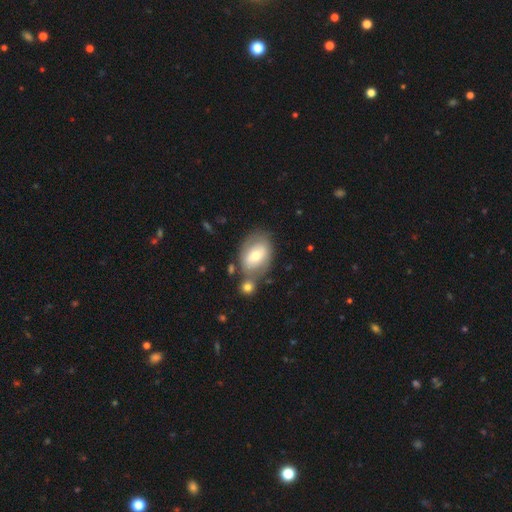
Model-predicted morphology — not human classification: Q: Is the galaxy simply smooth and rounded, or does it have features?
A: smooth — 54%.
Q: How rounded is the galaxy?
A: in between — 81%.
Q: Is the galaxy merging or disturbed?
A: none — 55%.